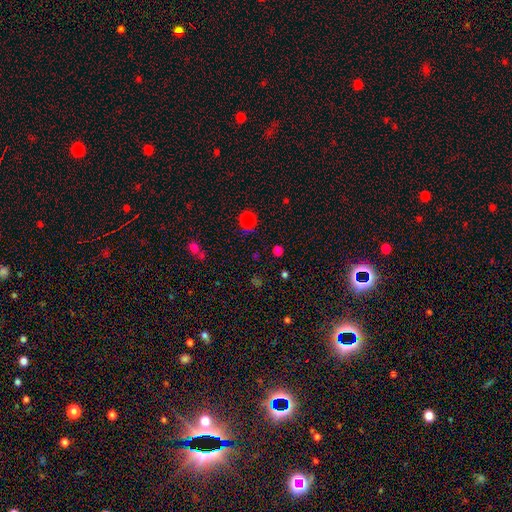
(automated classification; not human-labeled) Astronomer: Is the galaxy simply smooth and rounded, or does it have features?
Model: smooth — 61%.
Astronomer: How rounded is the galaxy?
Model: round — 83%.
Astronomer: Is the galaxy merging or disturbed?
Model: none — 80%.